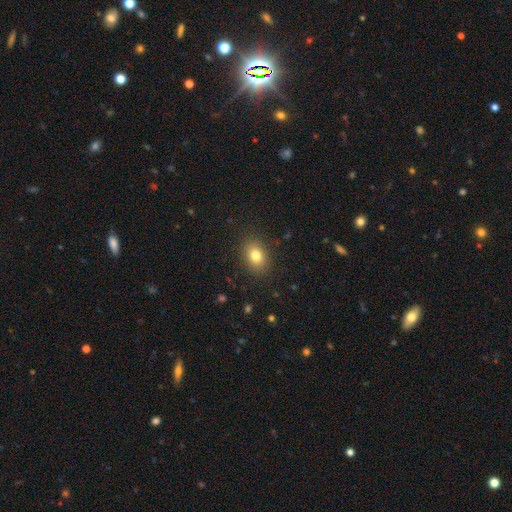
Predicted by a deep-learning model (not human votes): Smooth or featured? Predicted: smooth (p=0.80). How rounded? Predicted: in between (p=0.68). Merging? Predicted: none (p=0.87).